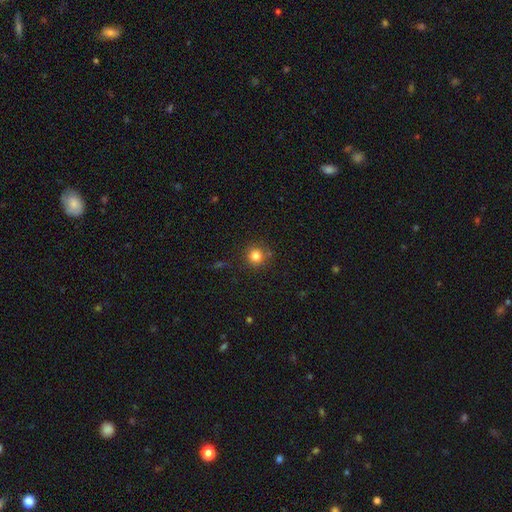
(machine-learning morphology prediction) Smooth or featured? Predicted: smooth (p=0.81). How rounded? Predicted: round (p=0.93). Merging? Predicted: none (p=0.85).